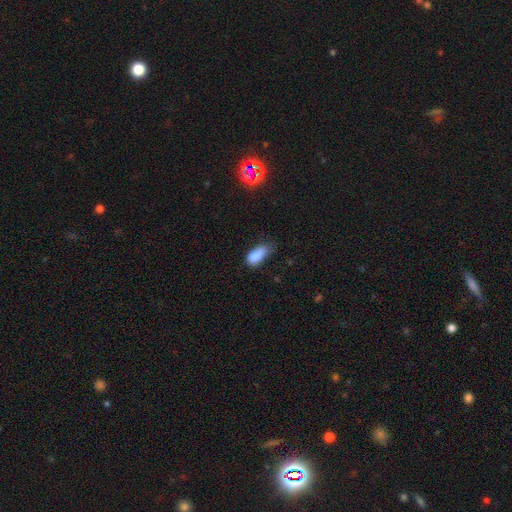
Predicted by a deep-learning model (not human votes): Smooth or featured?
  - smooth: 84% *
  - star or artifact: 9%
  - featured or disk: 7%
How rounded?
  - in between: 87% *
  - cigar-shaped: 9%
  - round: 4%
Merging?
  - minor disturbance: 43% *
  - none: 38%
  - major disturbance: 16%
  - merger: 4%